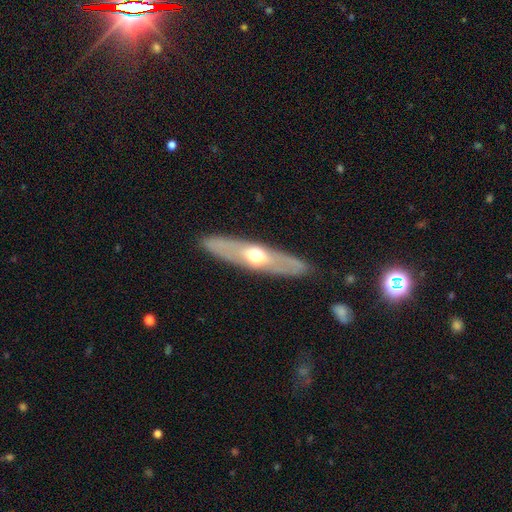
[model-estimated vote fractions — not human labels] Morphology: type=featured or disk (58%); edge-on=yes (58%); merging=none (88%).